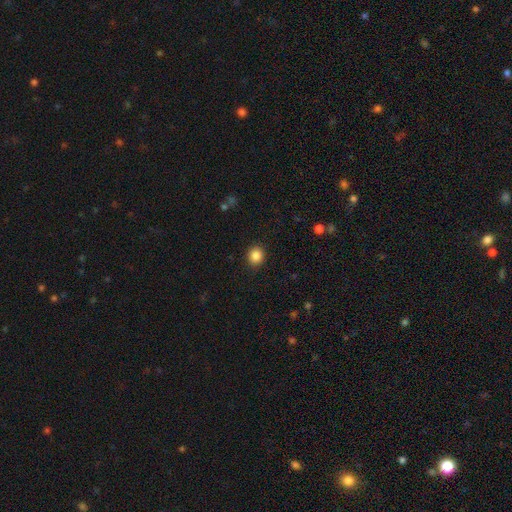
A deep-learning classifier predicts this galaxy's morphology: smooth_or_featured: smooth (p=0.86) [alt: star or artifact p=0.10]
how_rounded: round (p=0.81) [alt: in between p=0.19]
merging: none (p=0.90) [alt: minor disturbance p=0.06]